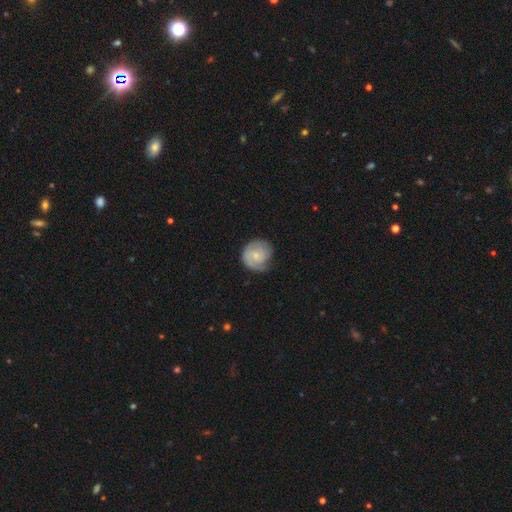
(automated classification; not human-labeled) Smooth or featured?
  - featured or disk: 66% *
  - smooth: 28%
  - star or artifact: 5%
Edge-on disk?
  - no: 98% *
  - yes: 2%
Bar?
  - no: 70% *
  - weak: 26%
  - strong: 4%
Spiral arms?
  - yes: 92% *
  - no: 8%
Spiral winding?
  - tight: 63% *
  - medium: 28%
  - loose: 9%
Spiral arm count?
  - 2: 41% *
  - 1: 25%
  - can't tell: 19%
  - 3: 11%
  - 4: 2%
  - more than 4: 2%
Bulge size?
  - small: 65% *
  - moderate: 27%
  - none: 5%
  - large: 2%
  - dominant: 1%
Merging?
  - none: 68% *
  - minor disturbance: 23%
  - major disturbance: 8%
  - merger: 1%